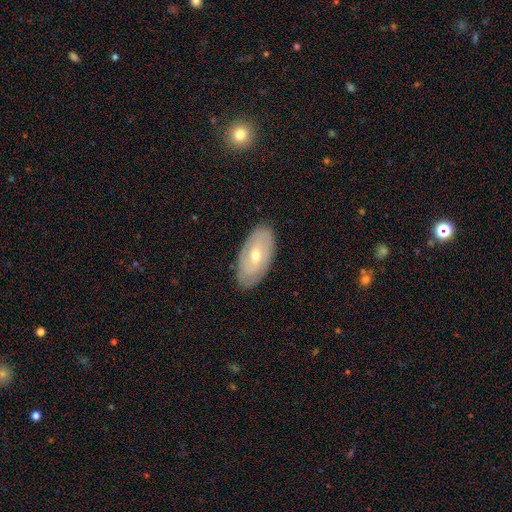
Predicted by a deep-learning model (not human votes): smooth-or-featured: featured or disk: 61% | smooth: 33% | star or artifact: 6%
  disk-edge-on: no: 89% | yes: 11%
    bar: no: 54% | weak: 36% | strong: 10%
    has-spiral-arms: yes: 64% | no: 36%
    bulge-size: moderate: 55% | small: 42% | large: 2% | none: 1% | dominant: 1%
  merging: none: 83% | minor disturbance: 13% | major disturbance: 3% | merger: 1%